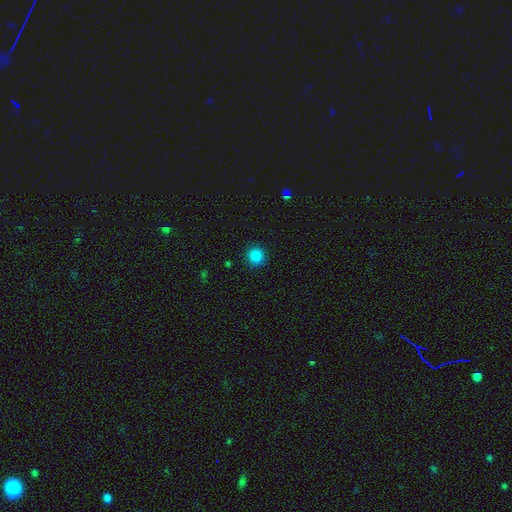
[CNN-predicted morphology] smooth 86%, star or artifact 11%, featured or disk 3%. Down the decision tree: how rounded — round (92%); merging — none (90%).